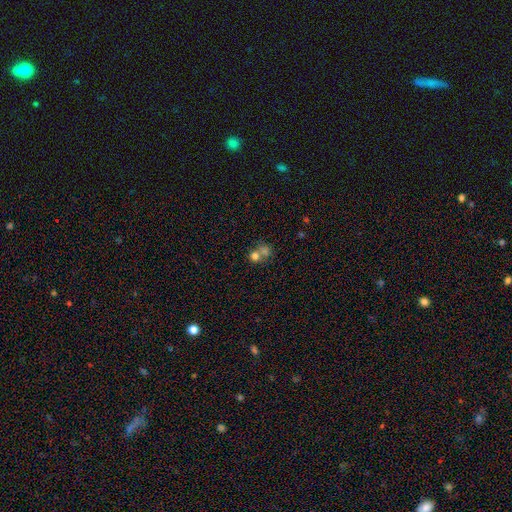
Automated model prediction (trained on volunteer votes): This is likely a smooth galaxy (70%). How rounded: likely round (74%). Merging: possibly merger (50%).